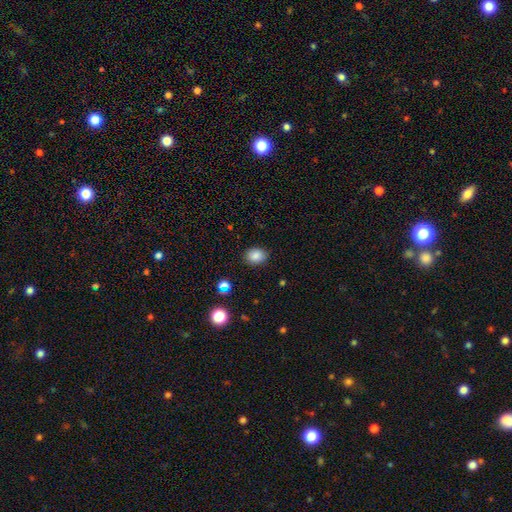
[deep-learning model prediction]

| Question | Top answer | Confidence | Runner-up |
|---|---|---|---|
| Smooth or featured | smooth | 84% | star or artifact (11%) |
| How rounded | in between | 50% | tied: round (50%) |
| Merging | none | 87% | minor disturbance (9%) |